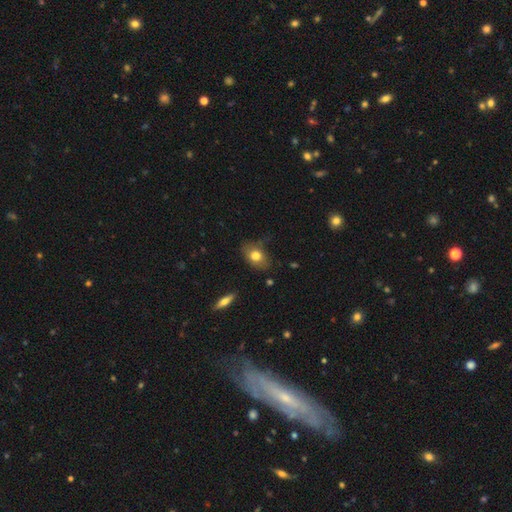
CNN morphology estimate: Overall: smooth (75%). How rounded: in between (77%). Merging: none (66%).